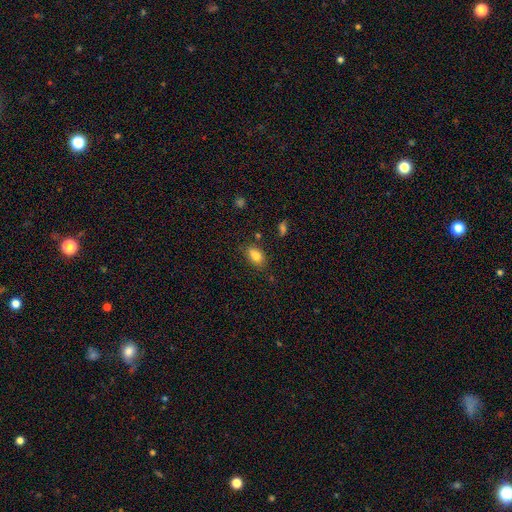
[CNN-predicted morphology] A smooth galaxy with no disk features (83%) that is in between round and cigar-shaped (86%).

Vote fractions:
- Smooth or featured? smooth: 83% / star or artifact: 10% / featured or disk: 7%
- How rounded? in between: 86% / round: 10% / cigar-shaped: 3%
- Merging? none: 73% / minor disturbance: 19% / merger: 5% / major disturbance: 4%